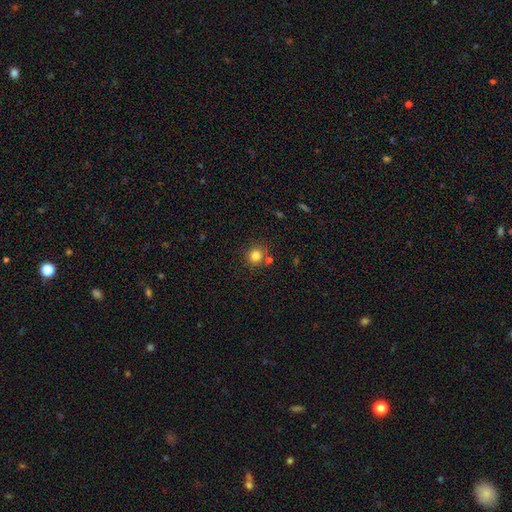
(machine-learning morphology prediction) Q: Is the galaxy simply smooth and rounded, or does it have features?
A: smooth — 81%.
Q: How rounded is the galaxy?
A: round — 91%.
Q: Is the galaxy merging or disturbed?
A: none — 78%.